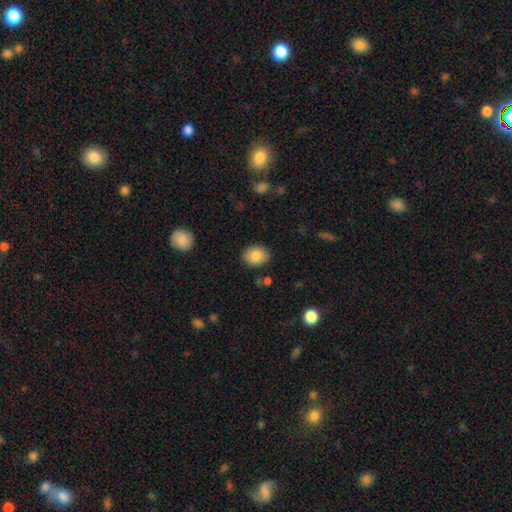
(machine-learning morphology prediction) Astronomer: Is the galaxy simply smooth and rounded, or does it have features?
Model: smooth — 85%.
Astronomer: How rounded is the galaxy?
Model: in between — 58% (runner-up: round, 41%).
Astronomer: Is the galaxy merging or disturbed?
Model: none — 86%.